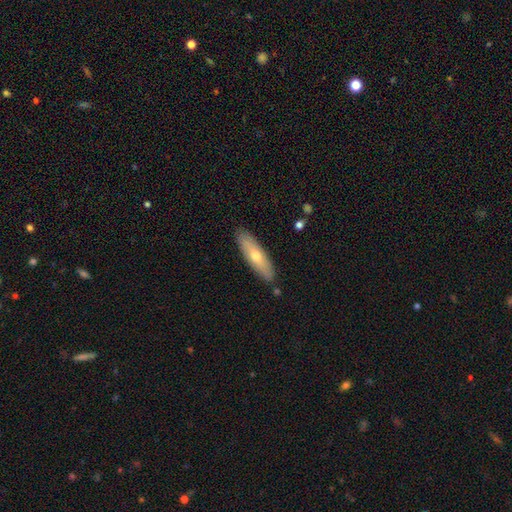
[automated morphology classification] Q: Smooth or featured?
A: smooth (57%); runner-up: featured or disk (38%)
Q: How rounded?
A: cigar-shaped (58%); runner-up: in between (40%)
Q: Merging?
A: none (87%); runner-up: minor disturbance (9%)